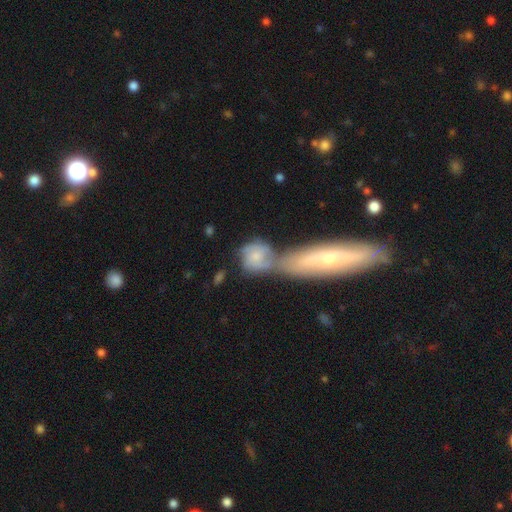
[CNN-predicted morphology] Smooth or featured: smooth — 49% (featured or disk — 43%)
Merging: merger — 60% (none — 22%)